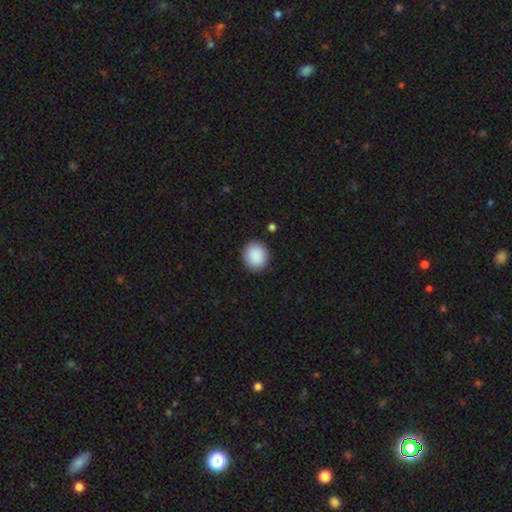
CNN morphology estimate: A smooth galaxy with no disk features (90%) that is round (77%).

Vote fractions:
- Smooth or featured? smooth: 90% / star or artifact: 7% / featured or disk: 3%
- How rounded? round: 77% / in between: 22% / cigar-shaped: 1%
- Merging? none: 89% / minor disturbance: 7% / major disturbance: 2% / merger: 1%